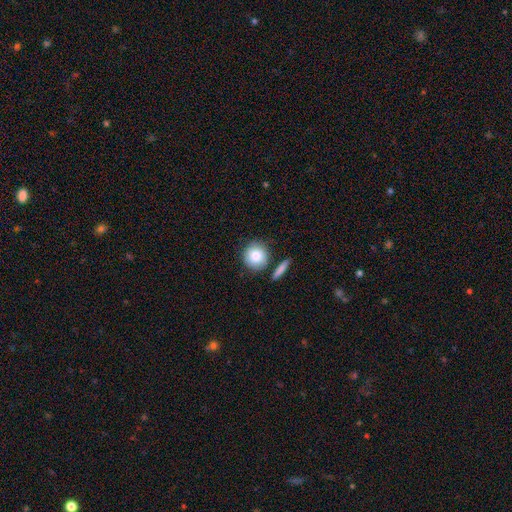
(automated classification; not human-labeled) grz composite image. It shows a smooth galaxy with no disk features (81%) that is round (90%). Merging: none (76%).